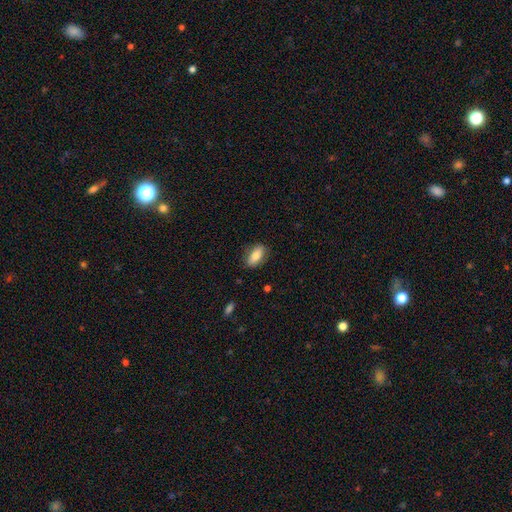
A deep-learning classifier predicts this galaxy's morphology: Smooth or featured? Predicted: smooth (p=0.79). How rounded? Predicted: in between (p=0.86). Merging? Predicted: none (p=0.82).